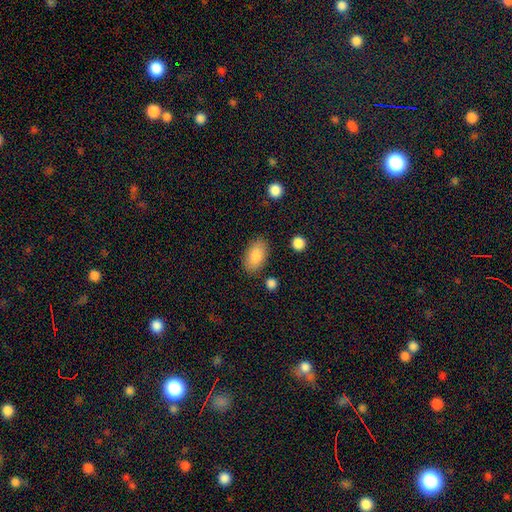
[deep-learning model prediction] smooth-or-featured: smooth: 86% | featured or disk: 8% | star or artifact: 6%
  how-rounded: in between: 94% | round: 4% | cigar-shaped: 2%
  merging: none: 82% | minor disturbance: 12% | major disturbance: 3% | merger: 3%